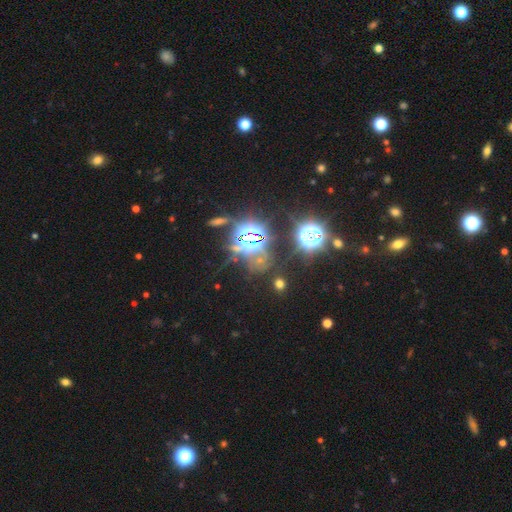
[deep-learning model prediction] Smooth or featured? Predicted: star or artifact (p=0.80).